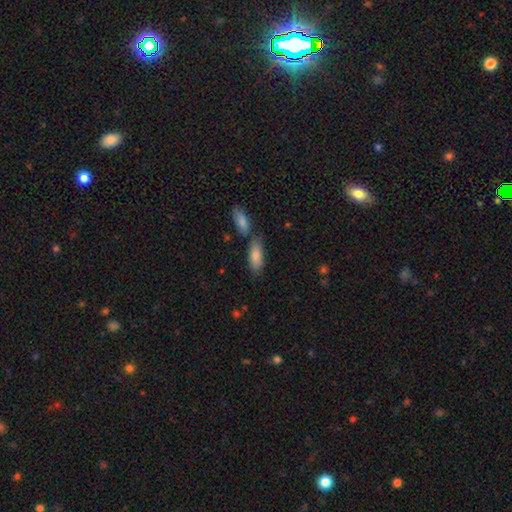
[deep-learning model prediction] smooth 84%, featured or disk 10%, star or artifact 6%. Down the decision tree: how rounded — in between (78%); merging — none (63%).